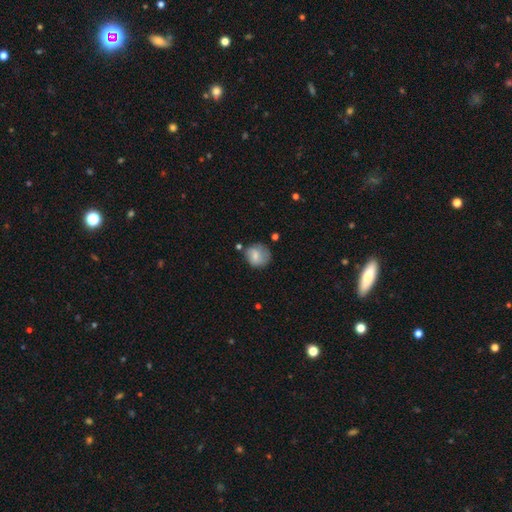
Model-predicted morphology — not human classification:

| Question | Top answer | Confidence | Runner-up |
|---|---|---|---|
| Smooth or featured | smooth | 70% | featured or disk (21%) |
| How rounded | round | 78% | in between (21%) |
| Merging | none | 59% | minor disturbance (26%) |